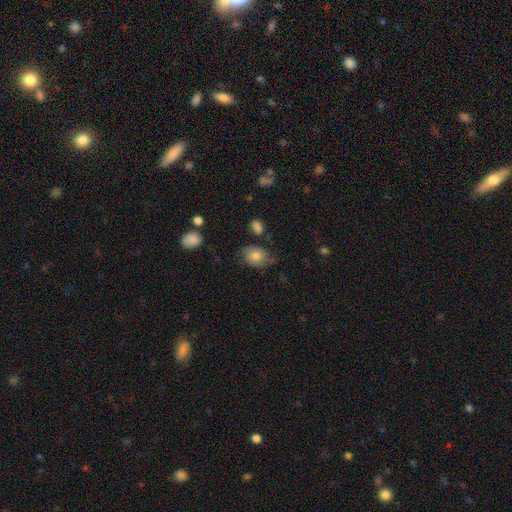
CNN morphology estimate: smooth_or_featured: smooth (p=0.74) [alt: featured or disk p=0.17]
how_rounded: in between (p=0.67) [alt: round p=0.32]
merging: none (p=0.62) [alt: minor disturbance p=0.26]